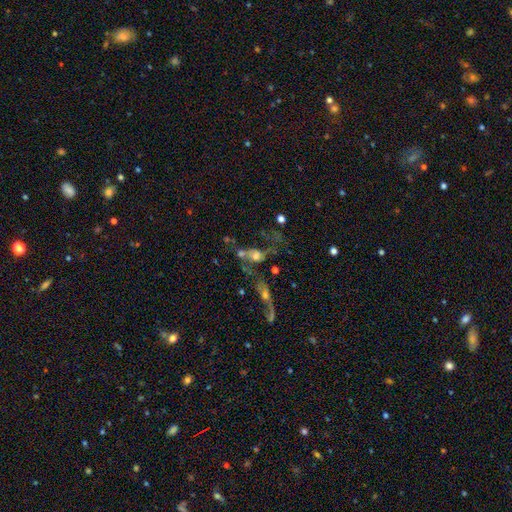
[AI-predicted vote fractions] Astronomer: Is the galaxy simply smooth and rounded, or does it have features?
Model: featured or disk — 47% (runner-up: smooth, 35%).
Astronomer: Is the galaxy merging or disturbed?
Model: merger — 53%.